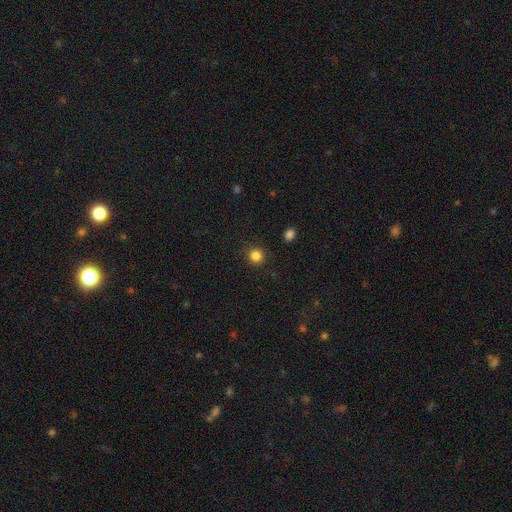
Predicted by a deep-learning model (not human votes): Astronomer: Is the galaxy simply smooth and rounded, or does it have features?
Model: smooth — 84%.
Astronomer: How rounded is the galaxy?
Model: round — 92%.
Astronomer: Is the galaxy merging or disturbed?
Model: none — 90%.